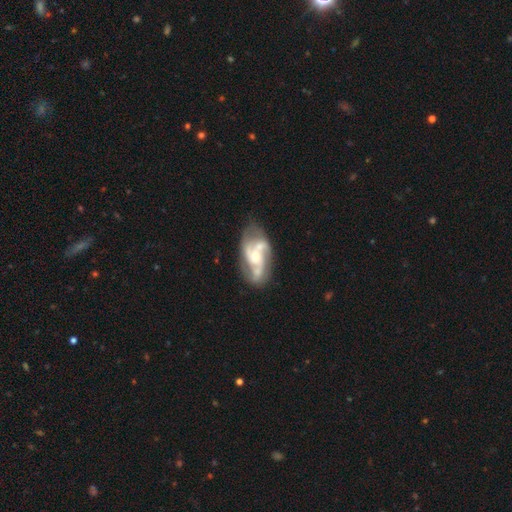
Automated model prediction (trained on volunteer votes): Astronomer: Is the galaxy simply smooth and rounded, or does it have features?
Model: featured or disk — 82%.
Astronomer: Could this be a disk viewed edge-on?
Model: no — 97%.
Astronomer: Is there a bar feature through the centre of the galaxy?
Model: no — 57% (runner-up: weak, 33%).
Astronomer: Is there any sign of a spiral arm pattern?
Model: yes — 92%.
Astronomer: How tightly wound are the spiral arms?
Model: medium — 52%.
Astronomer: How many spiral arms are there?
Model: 2 — 40% (runner-up: 3, 36%).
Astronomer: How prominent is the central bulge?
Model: moderate — 48% (runner-up: small, 36%).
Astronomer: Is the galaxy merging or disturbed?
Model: none — 55%.